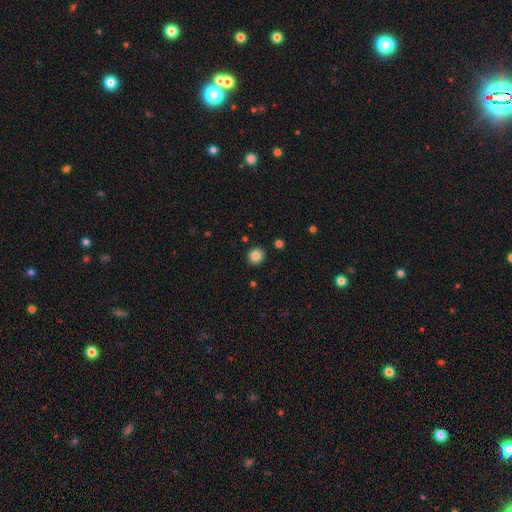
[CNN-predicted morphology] smooth_or_featured: smooth (p=0.85) [alt: star or artifact p=0.10]
how_rounded: round (p=0.89) [alt: in between p=0.10]
merging: none (p=0.91) [alt: minor disturbance p=0.06]